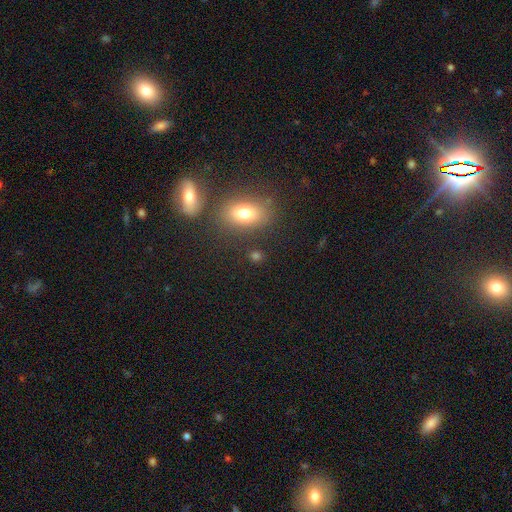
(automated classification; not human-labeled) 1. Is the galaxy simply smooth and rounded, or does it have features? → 70% smooth, 19% star or artifact, 11% featured or disk.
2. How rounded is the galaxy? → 50% in between, 45% round, 5% cigar-shaped.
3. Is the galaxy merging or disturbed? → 77% none, 11% minor disturbance, 8% merger, 5% major disturbance.